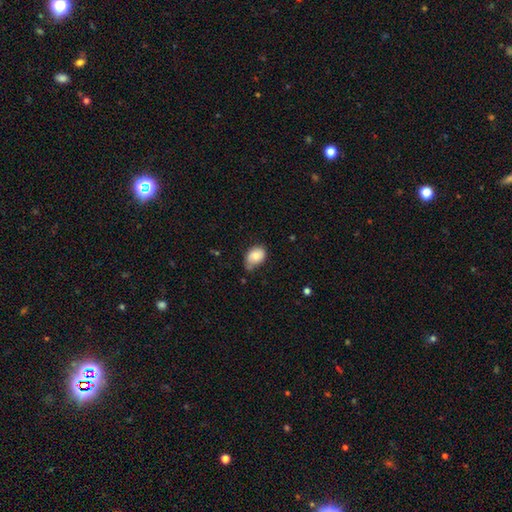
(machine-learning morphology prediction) type=smooth (76%); roundness=in between (78%); merging=none (47%).